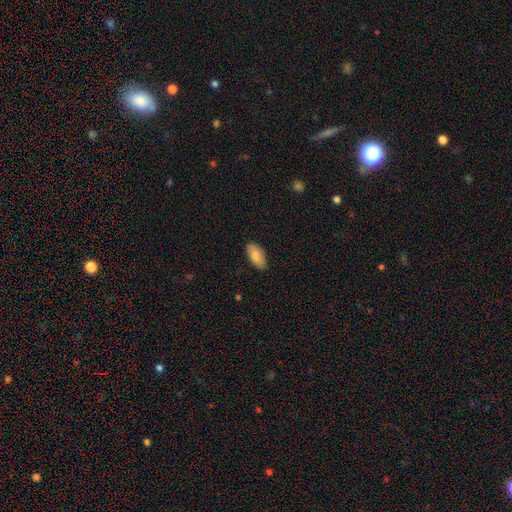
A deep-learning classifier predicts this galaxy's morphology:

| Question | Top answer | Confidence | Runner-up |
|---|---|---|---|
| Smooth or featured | smooth | 82% | featured or disk (12%) |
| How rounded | in between | 92% | cigar-shaped (6%) |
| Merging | none | 87% | minor disturbance (10%) |